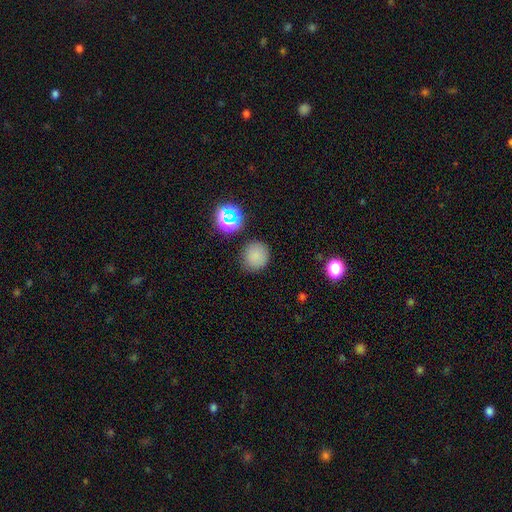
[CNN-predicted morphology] Overall: smooth (78%). How rounded: round (88%). Merging: none (83%).